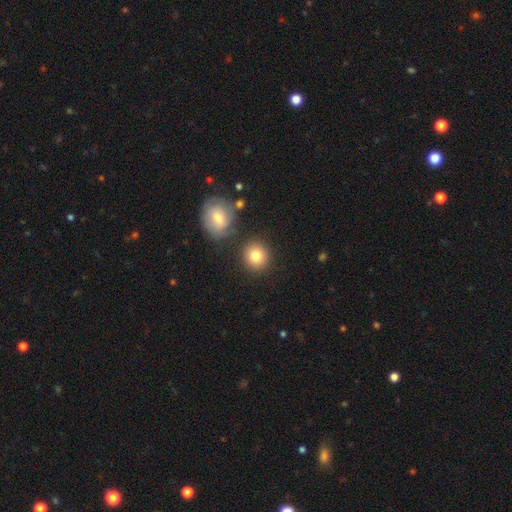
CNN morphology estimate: This is clearly a smooth galaxy (83%). How rounded: clearly round (88%). Merging: clearly none (83%).